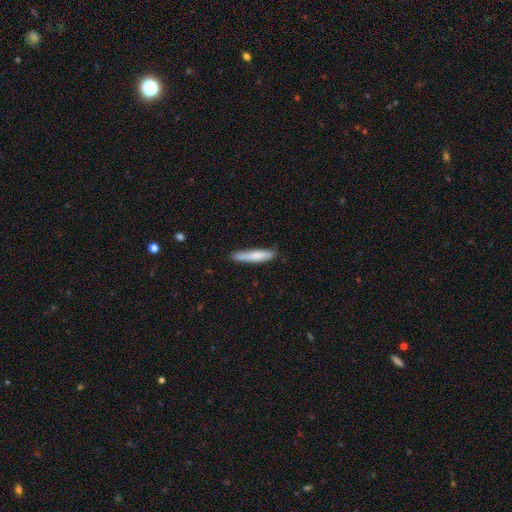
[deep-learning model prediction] Q: Smooth or featured?
A: smooth (78%); runner-up: featured or disk (16%)
Q: How rounded?
A: cigar-shaped (89%); runner-up: in between (10%)
Q: Merging?
A: none (79%); runner-up: minor disturbance (16%)